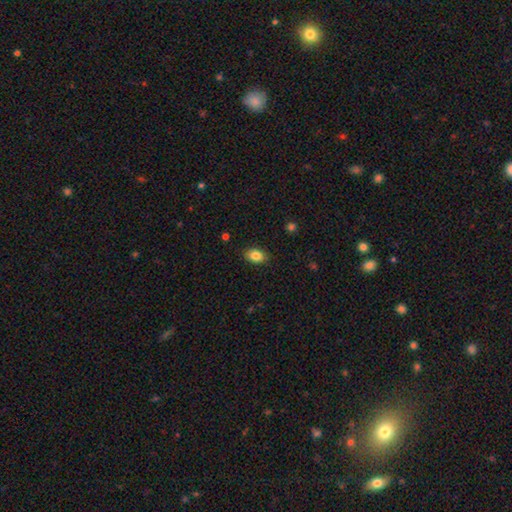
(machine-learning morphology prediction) smooth_or_featured: smooth (p=0.85) [alt: star or artifact p=0.09]
how_rounded: in between (p=0.83) [alt: round p=0.15]
merging: none (p=0.87) [alt: minor disturbance p=0.10]